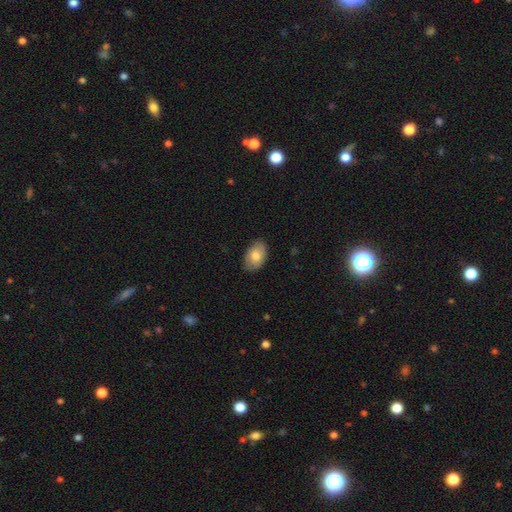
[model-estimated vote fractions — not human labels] Morphology: type=smooth (77%); roundness=in between (90%); merging=none (83%).